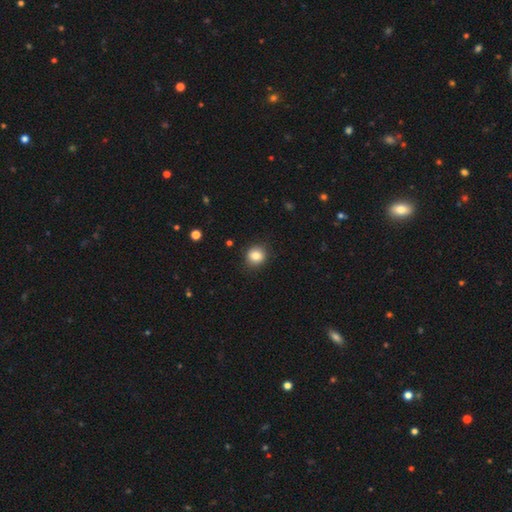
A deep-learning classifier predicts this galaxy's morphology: type=smooth (84%); roundness=round (82%); merging=none (87%).